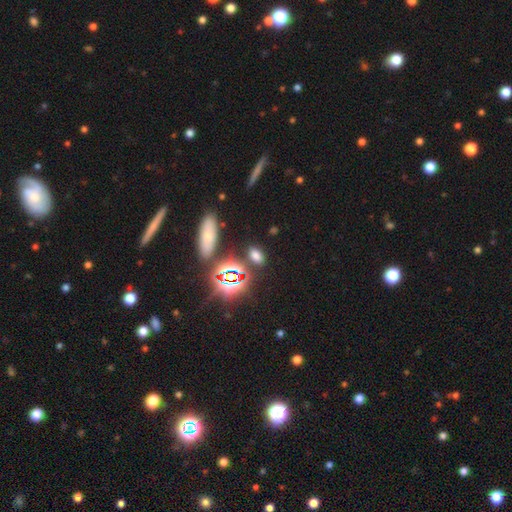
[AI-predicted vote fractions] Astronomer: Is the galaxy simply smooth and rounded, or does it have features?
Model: smooth — 58% (runner-up: star or artifact, 34%).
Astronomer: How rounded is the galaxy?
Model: in between — 79%.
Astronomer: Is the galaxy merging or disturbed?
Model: none — 81%.